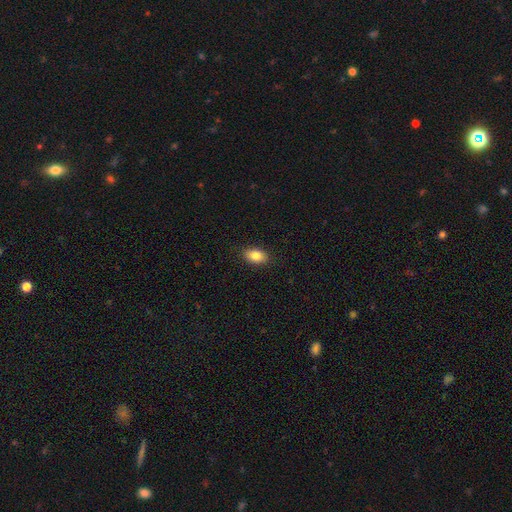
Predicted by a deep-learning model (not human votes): This is clearly a smooth galaxy (84%). How rounded: clearly in between (87%). Merging: clearly none (88%).